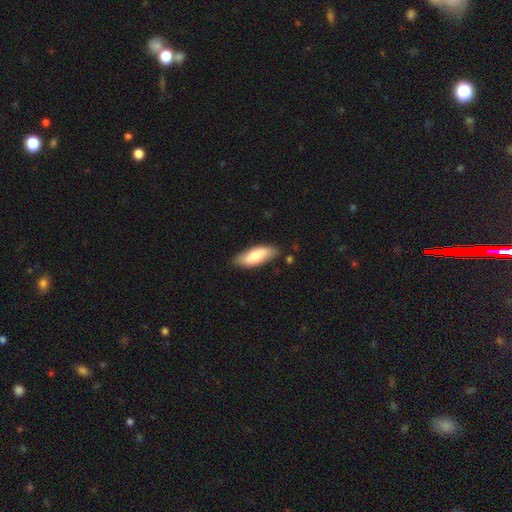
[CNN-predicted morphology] smooth_or_featured: smooth (p=0.75) [alt: featured or disk p=0.19]
how_rounded: in between (p=0.70) [alt: cigar-shaped p=0.28]
merging: none (p=0.78) [alt: minor disturbance p=0.17]